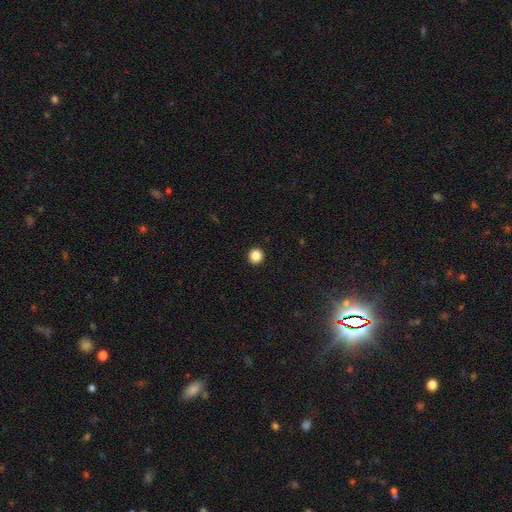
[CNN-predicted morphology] This is clearly a smooth galaxy (87%). How rounded: clearly round (95%). Merging: clearly none (94%).